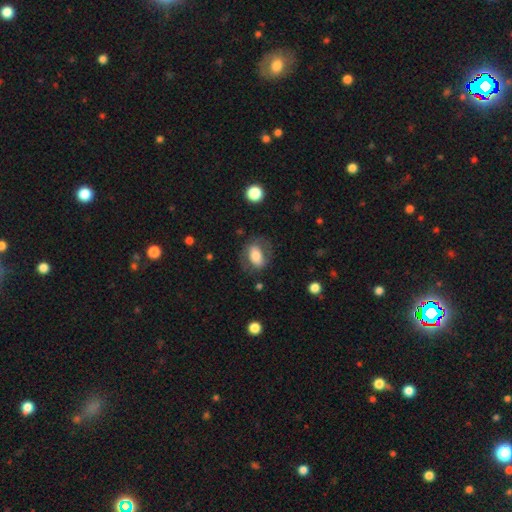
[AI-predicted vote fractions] Morphology: type=smooth (64%); roundness=in between (82%); merging=none (67%).